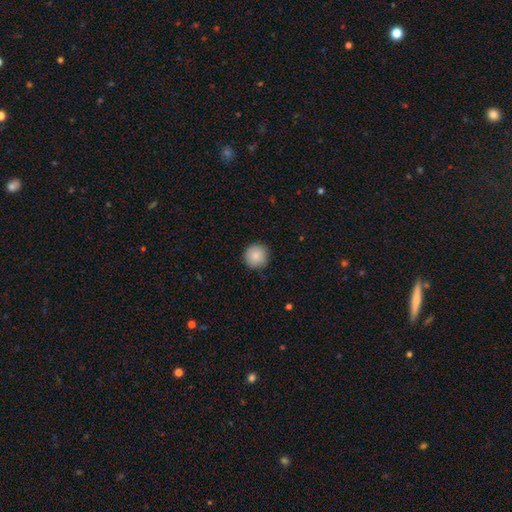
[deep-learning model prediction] The model was most divided on "smooth or featured": smooth: 87%, star or artifact: 8%, featured or disk: 5%. More confident: how rounded — round (96%); merging — none (91%).